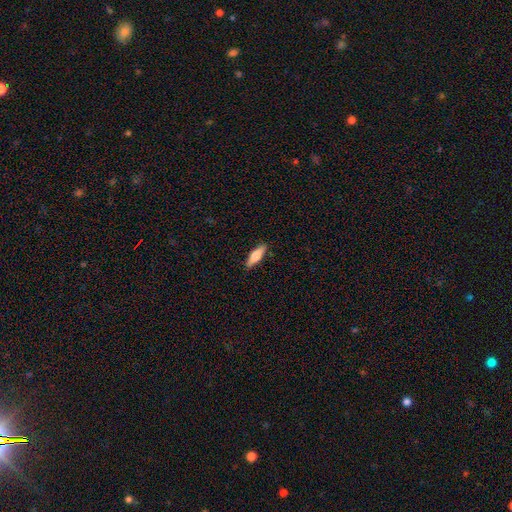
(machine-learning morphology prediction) smooth-or-featured: smooth: 62% | featured or disk: 32% | star or artifact: 6%
  how-rounded: cigar-shaped: 50% | in between: 48% | round: 2%
  merging: none: 89% | minor disturbance: 8% | major disturbance: 2% | merger: 1%